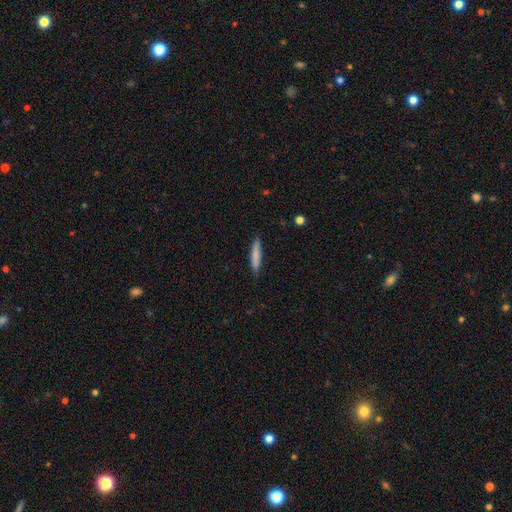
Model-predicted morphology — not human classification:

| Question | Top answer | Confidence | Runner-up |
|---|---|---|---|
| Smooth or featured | smooth | 79% | featured or disk (15%) |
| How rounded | cigar-shaped | 91% | in between (8%) |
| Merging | none | 86% | minor disturbance (11%) |